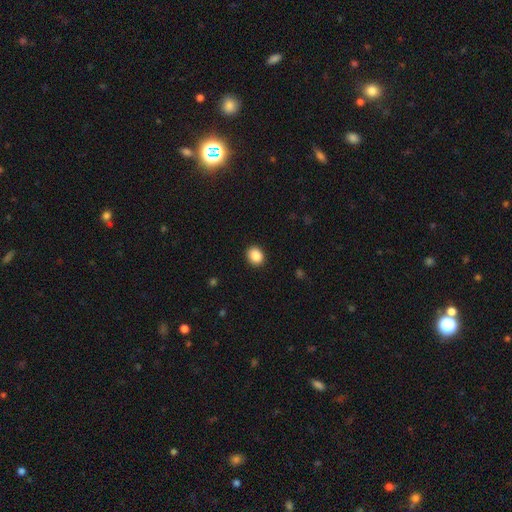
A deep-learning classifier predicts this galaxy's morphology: smooth 88%, star or artifact 9%, featured or disk 3%. Down the decision tree: how rounded — round (56%); merging — none (91%).